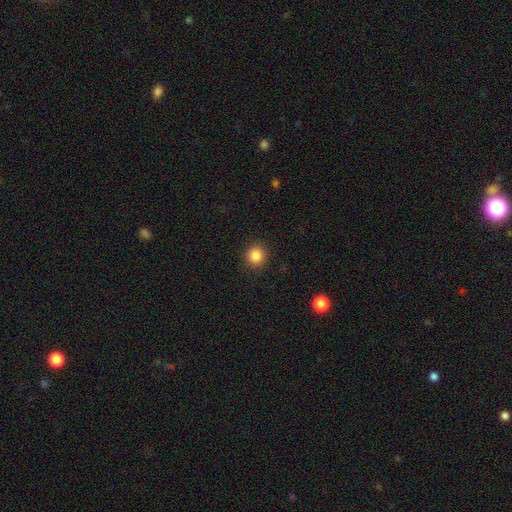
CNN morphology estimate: Smooth or featured?
  - smooth: 86% *
  - star or artifact: 10%
  - featured or disk: 4%
How rounded?
  - round: 89% *
  - in between: 10%
  - cigar-shaped: 1%
Merging?
  - none: 91% *
  - minor disturbance: 6%
  - major disturbance: 2%
  - merger: 1%